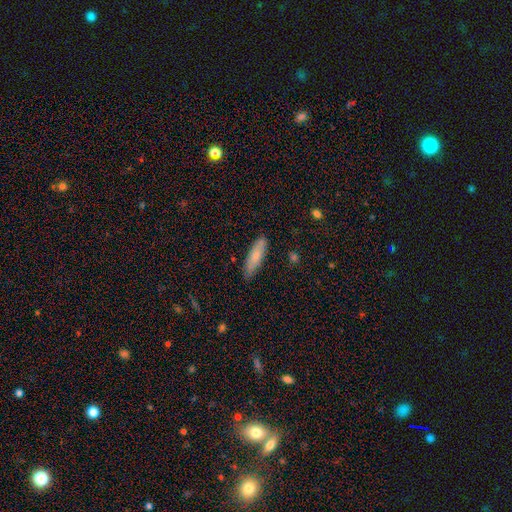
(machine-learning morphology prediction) Q: Smooth or featured?
A: smooth (76%); runner-up: featured or disk (18%)
Q: How rounded?
A: cigar-shaped (62%); runner-up: in between (36%)
Q: Merging?
A: none (83%); runner-up: minor disturbance (14%)